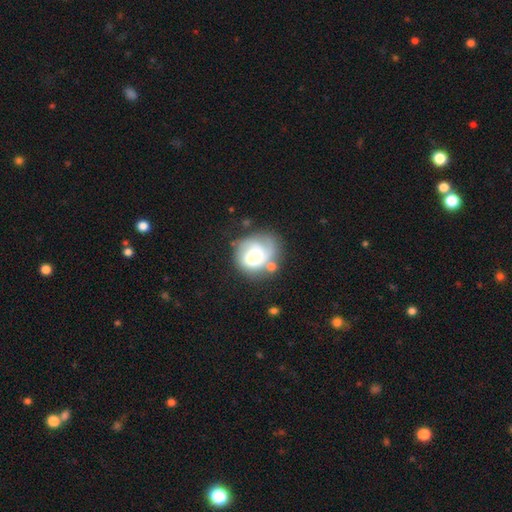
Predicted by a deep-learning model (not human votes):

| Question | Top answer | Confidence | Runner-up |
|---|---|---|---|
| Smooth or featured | smooth | 46% | featured or disk (45%) |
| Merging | none | 38% | major disturbance (21%) |